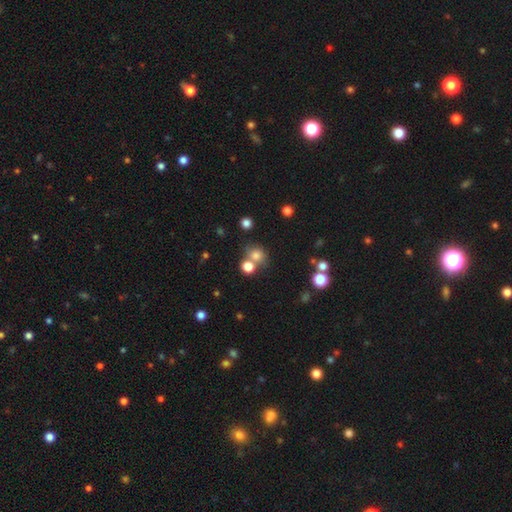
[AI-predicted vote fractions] Smooth or featured?
  - smooth: 76% *
  - star or artifact: 16%
  - featured or disk: 8%
How rounded?
  - round: 78% *
  - in between: 21%
  - cigar-shaped: 1%
Merging?
  - none: 54% *
  - merger: 33%
  - minor disturbance: 9%
  - major disturbance: 4%